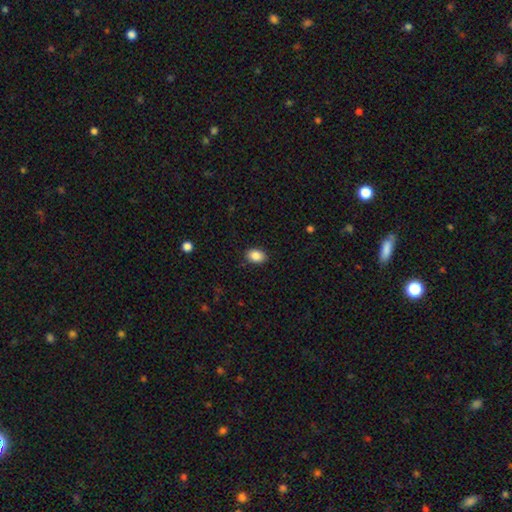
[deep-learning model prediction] Smooth or featured? Predicted: smooth (p=0.88). How rounded? Predicted: in between (p=0.77). Merging? Predicted: none (p=0.88).